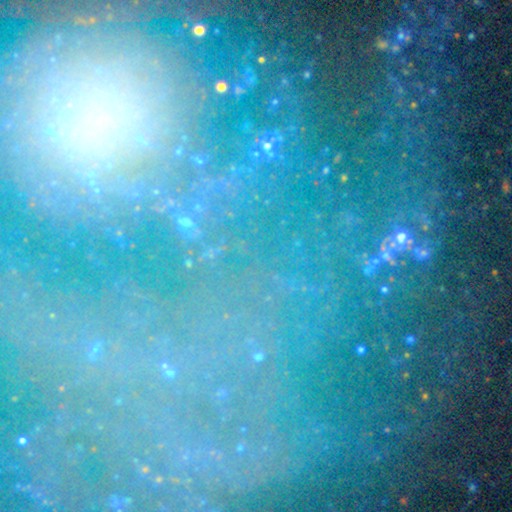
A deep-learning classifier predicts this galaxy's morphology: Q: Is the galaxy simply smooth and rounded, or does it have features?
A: star or artifact — 72%.